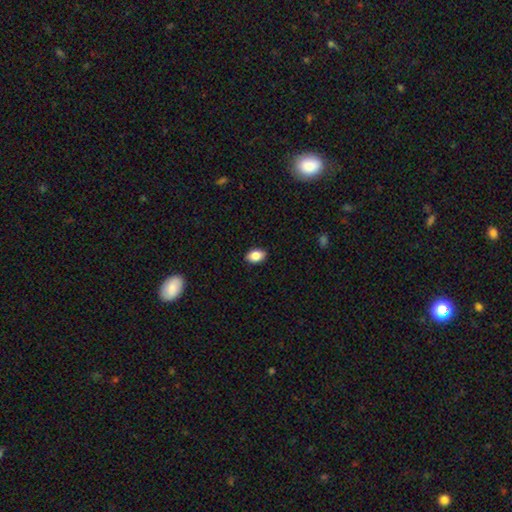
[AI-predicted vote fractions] The model was most divided on "how rounded": in between: 87%, round: 11%, cigar-shaped: 2%. More confident: merging — none (89%); smooth or featured — smooth (85%).